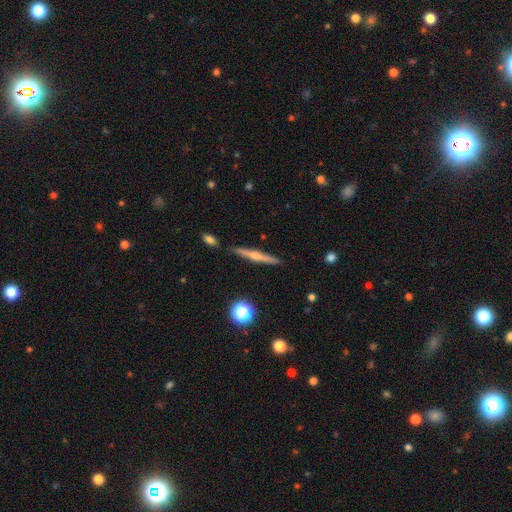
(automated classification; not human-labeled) Smooth or featured? Predicted: featured or disk (p=0.56). Edge-on disk? Predicted: yes (p=0.97). Edge-on bulge? Predicted: rounded (p=0.73). Merging? Predicted: none (p=0.88).